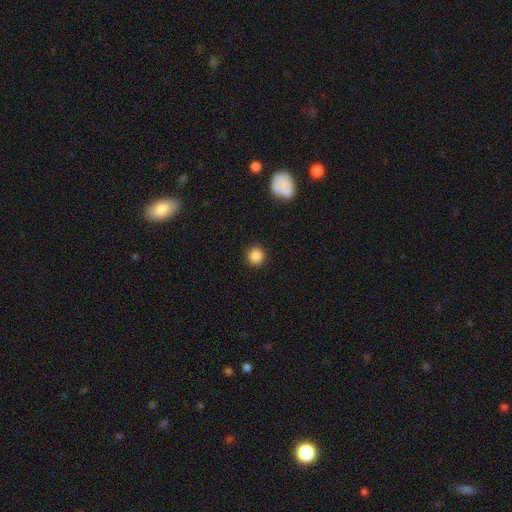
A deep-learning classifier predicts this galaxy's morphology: A smooth galaxy with no disk features (86%) that is round (94%). Merging: none (91%).